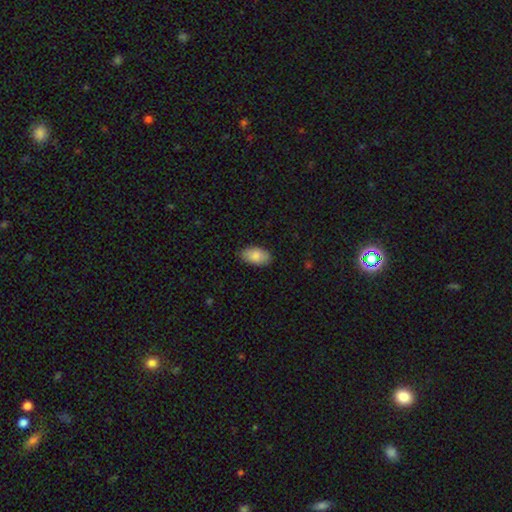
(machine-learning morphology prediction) Q: Smooth or featured?
A: smooth (86%); runner-up: featured or disk (8%)
Q: How rounded?
A: in between (95%); runner-up: round (4%)
Q: Merging?
A: none (87%); runner-up: minor disturbance (10%)